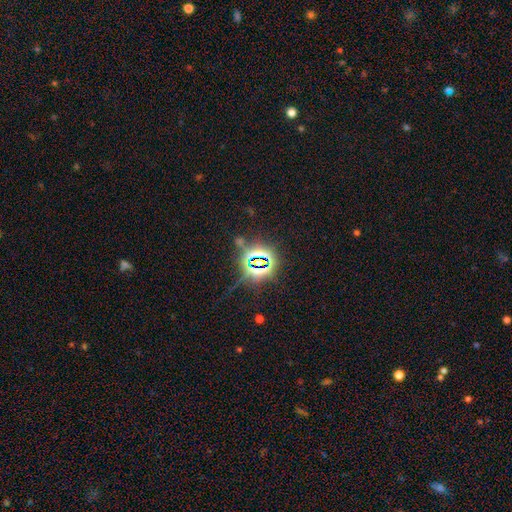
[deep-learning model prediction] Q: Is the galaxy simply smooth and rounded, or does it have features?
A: star or artifact — 81%.